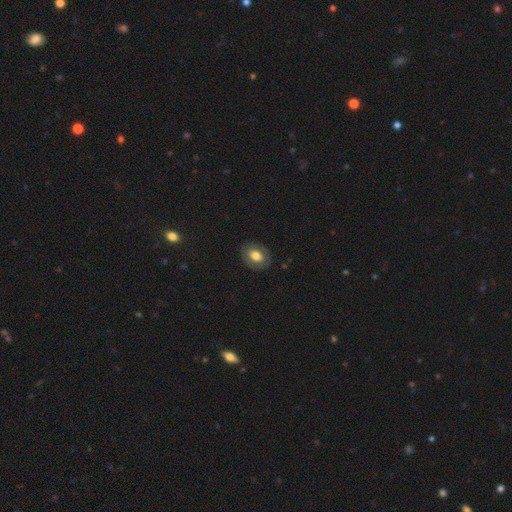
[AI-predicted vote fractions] A smooth galaxy with no disk features (63%) that is in between round and cigar-shaped (77%).

Vote fractions:
- Smooth or featured? smooth: 63% / featured or disk: 30% / star or artifact: 7%
- How rounded? in between: 77% / round: 21% / cigar-shaped: 1%
- Merging? none: 83% / minor disturbance: 12% / major disturbance: 4% / merger: 1%